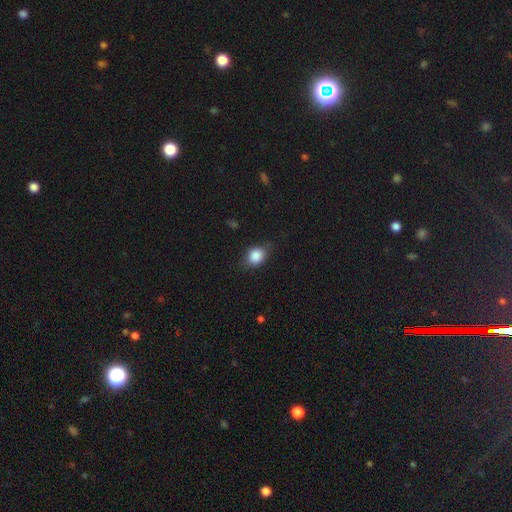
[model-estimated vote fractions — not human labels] This appears to be a smooth galaxy with no disk features (84%) that is round (57%). Merging: none (74%).